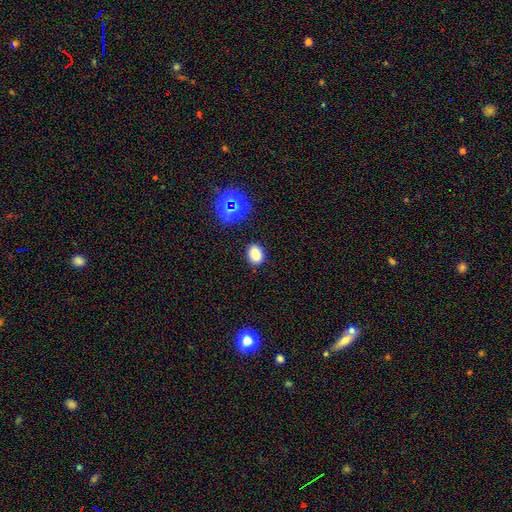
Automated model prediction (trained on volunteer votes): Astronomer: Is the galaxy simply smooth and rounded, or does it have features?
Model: smooth — 80%.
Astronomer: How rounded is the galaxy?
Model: in between — 66%.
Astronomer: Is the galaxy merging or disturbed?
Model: none — 86%.